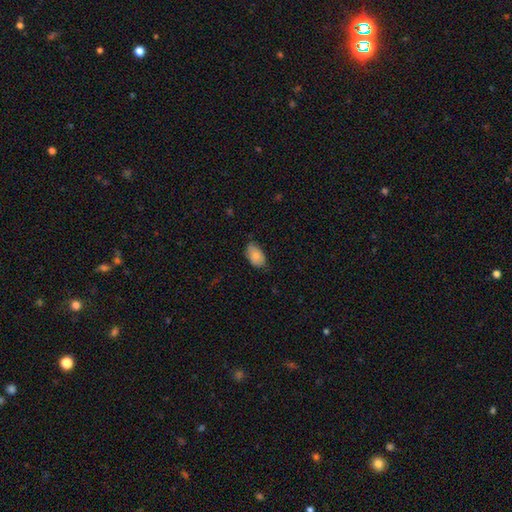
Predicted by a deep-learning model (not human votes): Smooth or featured? smooth (86%)
How rounded? in between (92%)
Merging? none (68%)